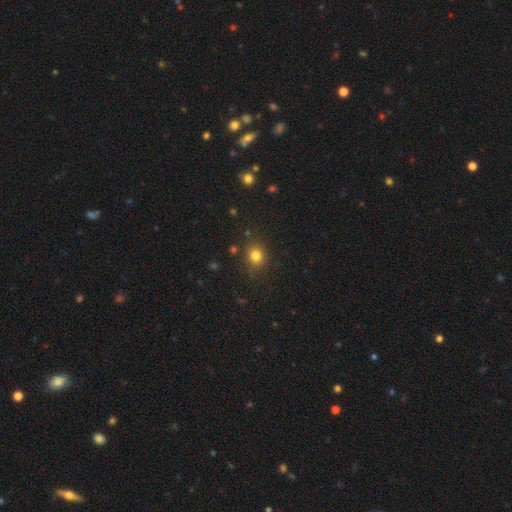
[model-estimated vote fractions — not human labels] Overall: smooth (80%). How rounded: round (68%; in between 31%). Merging: none (83%).